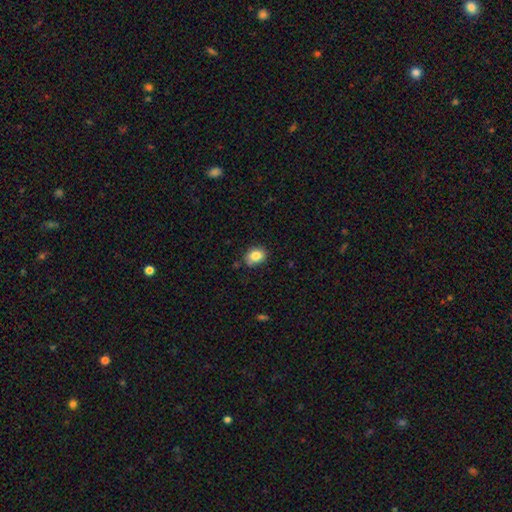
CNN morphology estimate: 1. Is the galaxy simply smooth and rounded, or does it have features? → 84% smooth, 9% star or artifact, 7% featured or disk.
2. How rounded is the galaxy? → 52% in between, 47% round, 1% cigar-shaped.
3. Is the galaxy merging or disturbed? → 76% none, 18% minor disturbance, 3% major disturbance, 3% merger.